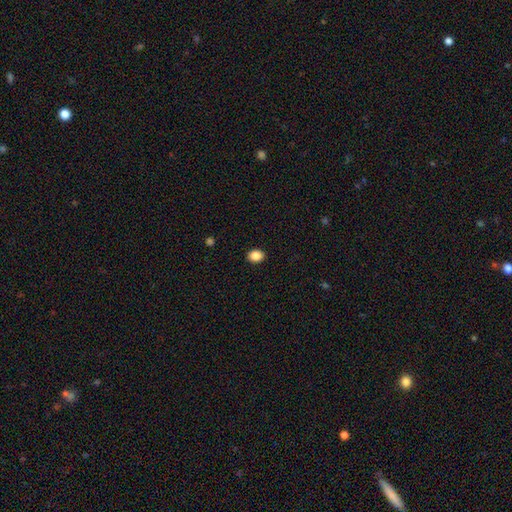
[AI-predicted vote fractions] Smooth or featured? Predicted: smooth (p=0.87). How rounded? Predicted: in between (p=0.54). Merging? Predicted: none (p=0.91).